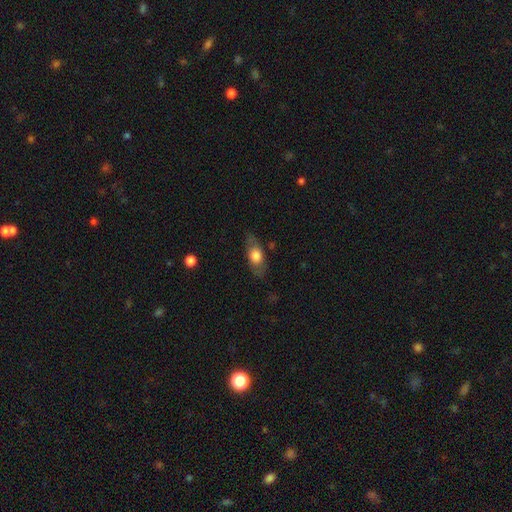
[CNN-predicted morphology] This is likely a smooth galaxy (63%). How rounded: likely in between (75%). Merging: likely none (76%).